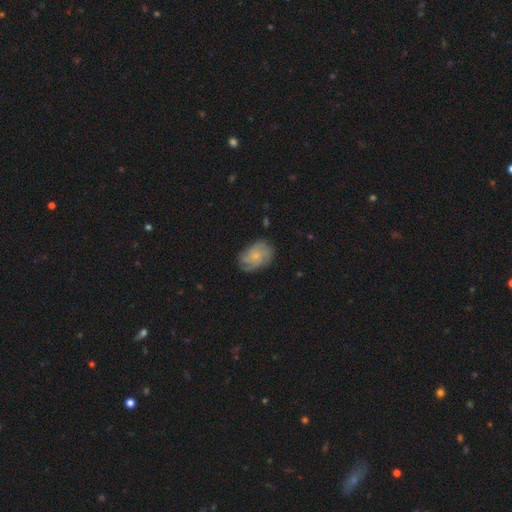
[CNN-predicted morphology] smooth_or_featured: featured or disk (p=0.56) [alt: smooth p=0.36]
disk_edge_on: no (p=0.97) [alt: yes p=0.03]
bar: no (p=0.80) [alt: weak p=0.18]
has_spiral_arms: yes (p=0.89) [alt: no p=0.11]
bulge_size: small (p=0.62) [alt: moderate p=0.26]
merging: none (p=0.69) [alt: minor disturbance p=0.22]